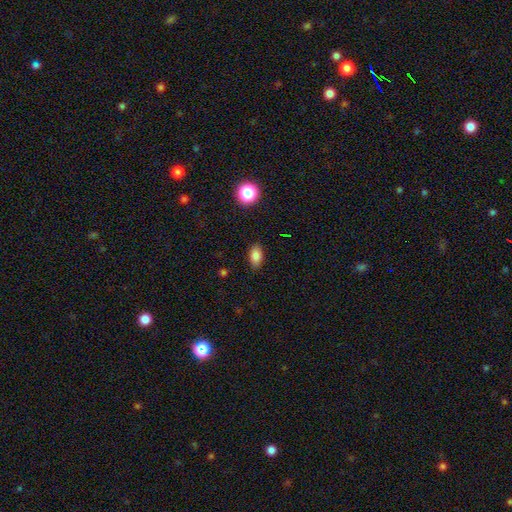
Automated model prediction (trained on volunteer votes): Smooth or featured? Predicted: smooth (p=0.84). How rounded? Predicted: in between (p=0.88). Merging? Predicted: none (p=0.86).